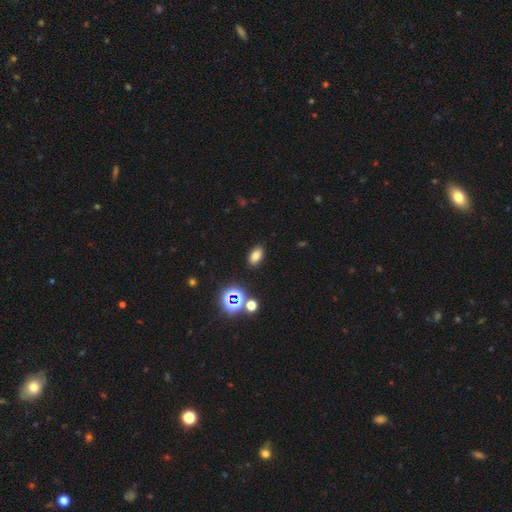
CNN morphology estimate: Smooth or featured?
  - smooth: 73% *
  - star or artifact: 19%
  - featured or disk: 8%
How rounded?
  - in between: 87% *
  - round: 10%
  - cigar-shaped: 4%
Merging?
  - none: 88% *
  - minor disturbance: 8%
  - major disturbance: 2%
  - merger: 2%